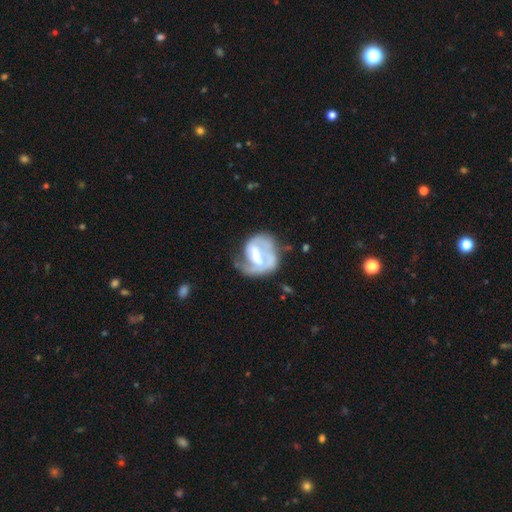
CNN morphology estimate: smooth-or-featured: featured or disk: 74% | smooth: 20% | star or artifact: 6%
  disk-edge-on: no: 98% | yes: 2%
    bar: weak: 44% | strong: 32% | no: 24%
    has-spiral-arms: yes: 75% | no: 25%
      spiral-winding: tight: 42% | medium: 38% | loose: 20%
      spiral-arm-count: 2: 37% | 1: 36% | can't tell: 19% | 3: 5% | 4: 1% | more than 4: 1%
    bulge-size: moderate: 46% | small: 29% | none: 12% | large: 11% | dominant: 2%
  merging: none: 39% | major disturbance: 31% | minor disturbance: 24% | merger: 6%